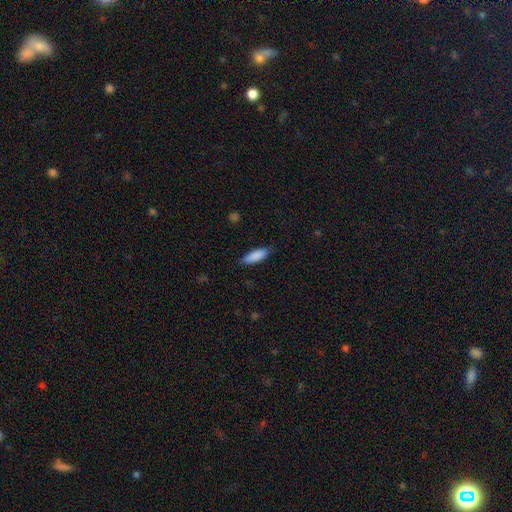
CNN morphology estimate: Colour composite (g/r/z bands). It shows a smooth galaxy with no disk features (87%) that is in between round and cigar-shaped (52%). Merging: none (84%).